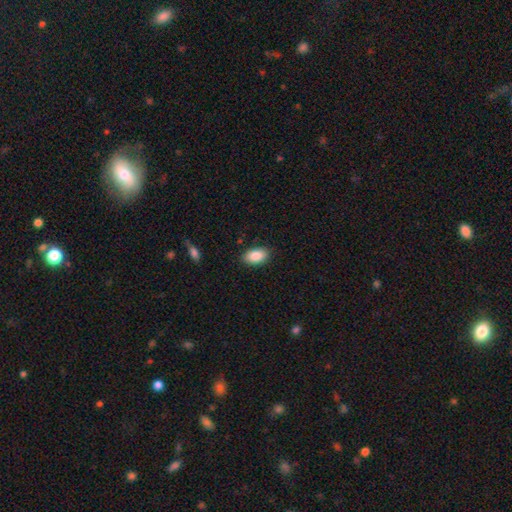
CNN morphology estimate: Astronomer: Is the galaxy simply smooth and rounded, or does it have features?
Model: smooth — 89%.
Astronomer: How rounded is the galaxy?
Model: in between — 93%.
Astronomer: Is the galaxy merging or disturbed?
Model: none — 87%.